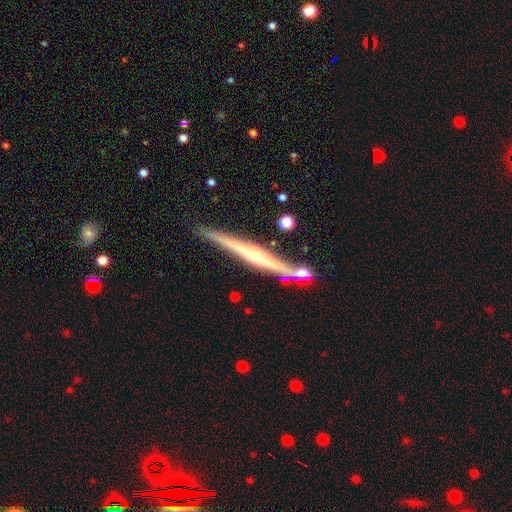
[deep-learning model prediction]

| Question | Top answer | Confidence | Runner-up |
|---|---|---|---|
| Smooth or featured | featured or disk | 79% | smooth (14%) |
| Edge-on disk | yes | 98% | no (2%) |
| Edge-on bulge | rounded | 77% | none (16%) |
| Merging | none | 83% | minor disturbance (10%) |